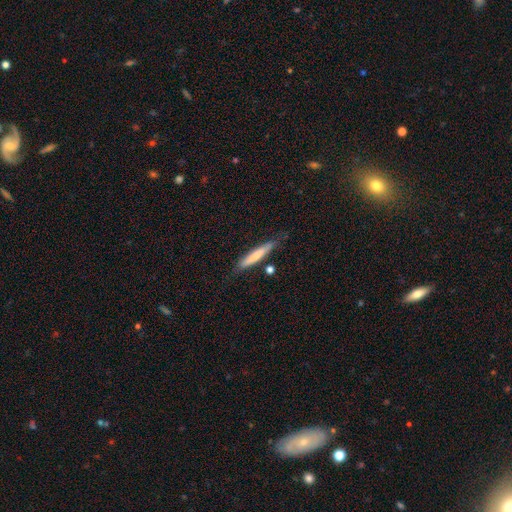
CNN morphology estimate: The model was most divided on "smooth or featured": smooth: 67%, featured or disk: 27%, star or artifact: 6%. More confident: how rounded — cigar-shaped (92%); merging — none (75%).